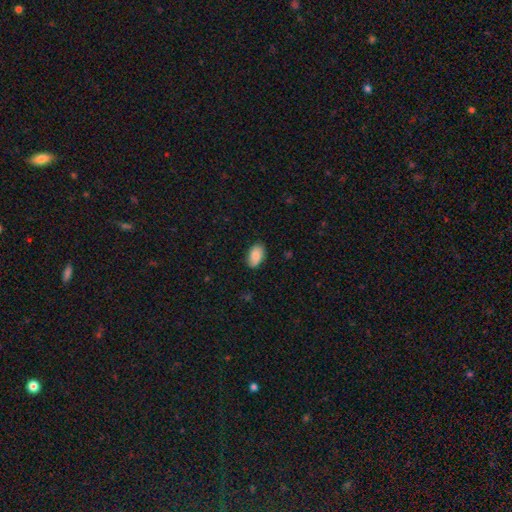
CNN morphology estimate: The model was most divided on "merging": none: 86%, minor disturbance: 11%, major disturbance: 2%, merger: 1%. More confident: how rounded — in between (94%); smooth or featured — smooth (87%).